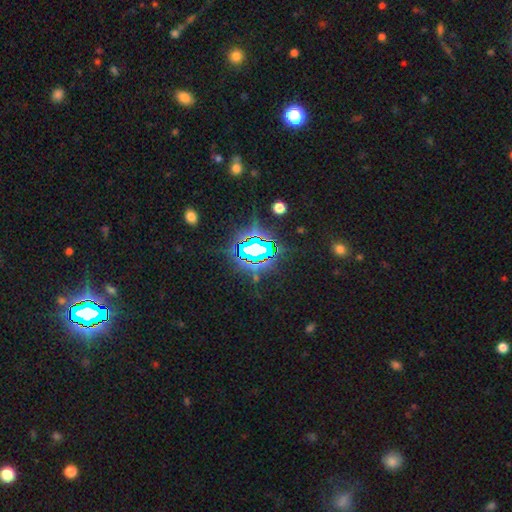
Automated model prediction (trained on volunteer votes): Smooth or featured: star or artifact — 77% (smooth — 13%)